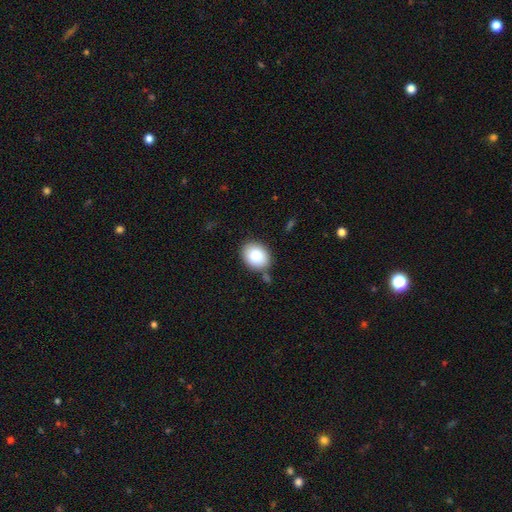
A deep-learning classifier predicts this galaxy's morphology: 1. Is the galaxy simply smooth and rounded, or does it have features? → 81% smooth, 11% featured or disk, 8% star or artifact.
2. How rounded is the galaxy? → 52% in between, 47% round, 1% cigar-shaped.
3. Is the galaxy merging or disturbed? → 82% none, 11% minor disturbance, 4% merger, 3% major disturbance.